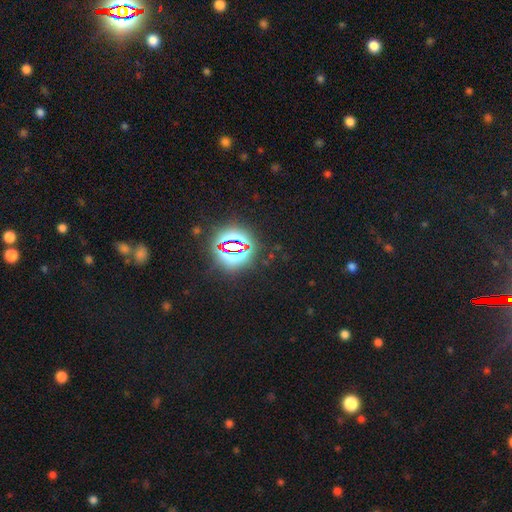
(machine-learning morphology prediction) Q: Smooth or featured?
A: star or artifact (83%); runner-up: smooth (10%)